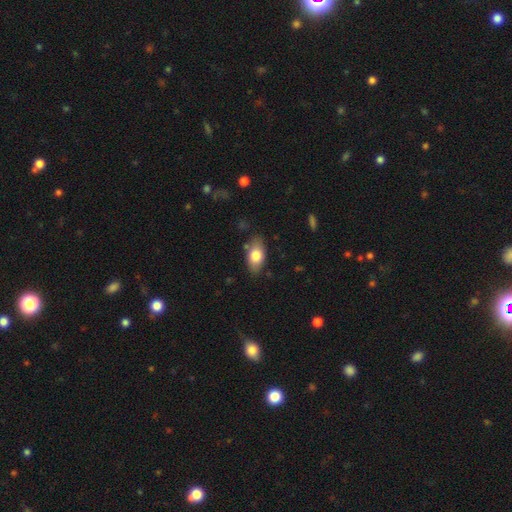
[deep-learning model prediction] This appears to be a smooth galaxy with no disk features (78%) that is in between round and cigar-shaped (91%). Merging: none (80%).